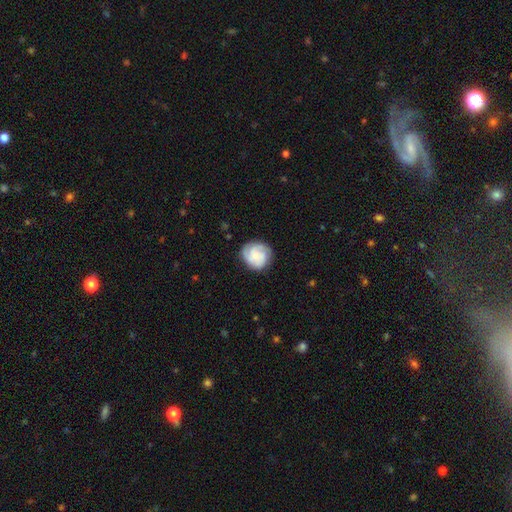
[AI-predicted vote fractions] Smooth or featured? featured or disk (65%)
Edge-on disk? no (98%)
Bar? no (76%)
Spiral arms? yes (94%)
Spiral winding? tight (60%)
Spiral arm count? 3 (50%)
Bulge size? small (63%)
Merging? none (76%)